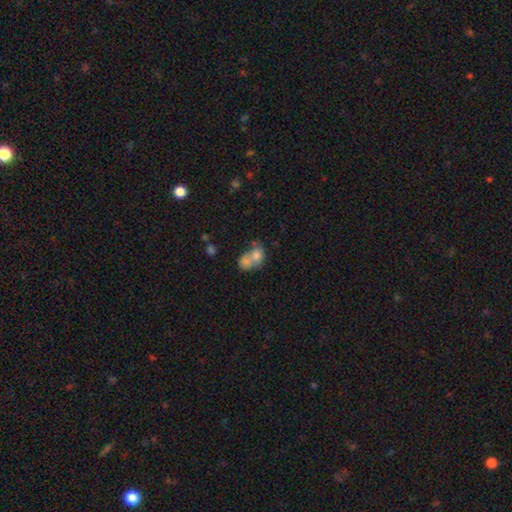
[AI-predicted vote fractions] Smooth or featured: smooth — 72% (featured or disk — 18%)
How rounded: round — 52% (in between — 47%)
Merging: merger — 71% (none — 18%)